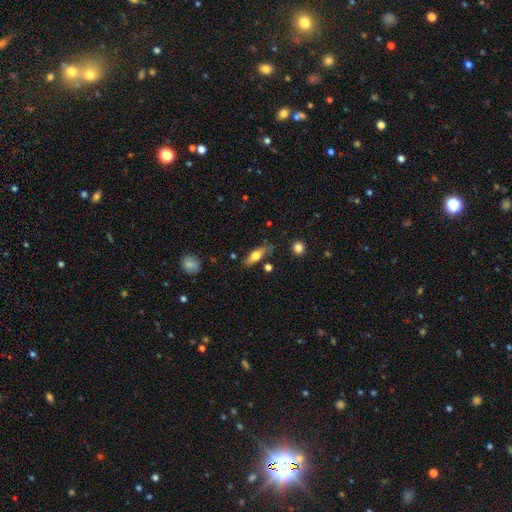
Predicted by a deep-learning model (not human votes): Q: Smooth or featured?
A: smooth (62%); runner-up: featured or disk (31%)
Q: How rounded?
A: in between (57%); runner-up: cigar-shaped (39%)
Q: Merging?
A: none (71%); runner-up: minor disturbance (19%)